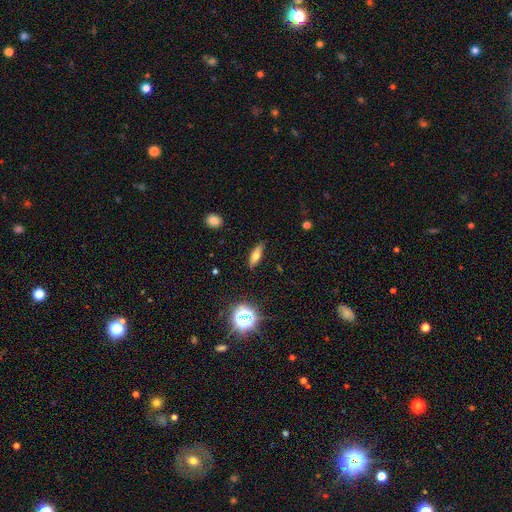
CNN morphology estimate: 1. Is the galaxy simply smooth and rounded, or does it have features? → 65% smooth, 23% featured or disk, 12% star or artifact.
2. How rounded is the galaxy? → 51% in between, 45% cigar-shaped, 4% round.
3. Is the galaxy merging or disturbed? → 86% none, 10% minor disturbance, 2% major disturbance, 1% merger.